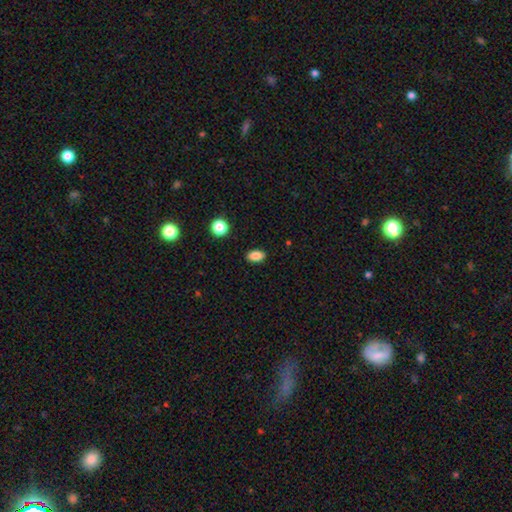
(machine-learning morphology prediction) Q: Smooth or featured?
A: smooth (86%); runner-up: star or artifact (9%)
Q: How rounded?
A: in between (87%); runner-up: round (11%)
Q: Merging?
A: none (89%); runner-up: minor disturbance (8%)